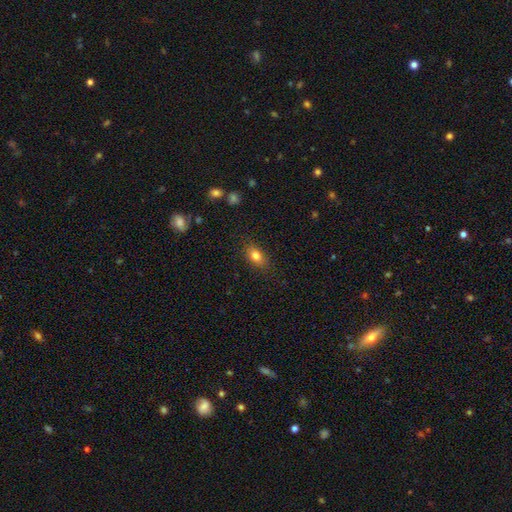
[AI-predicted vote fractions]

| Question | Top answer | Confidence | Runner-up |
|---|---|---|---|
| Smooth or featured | smooth | 81% | star or artifact (10%) |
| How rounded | in between | 81% | round (13%) |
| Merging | none | 83% | minor disturbance (13%) |